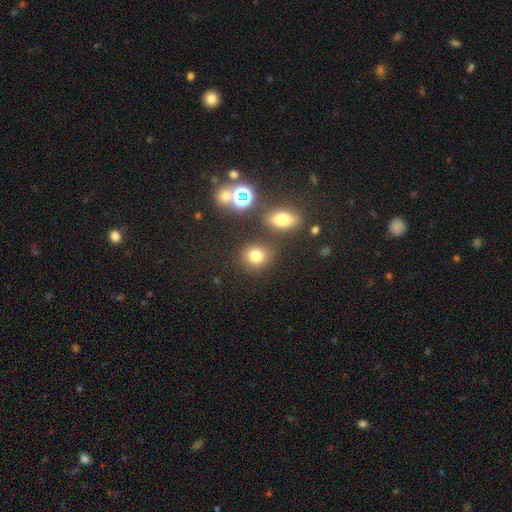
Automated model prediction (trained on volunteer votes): Overall: smooth (75%). How rounded: round (77%). Merging: none (77%).